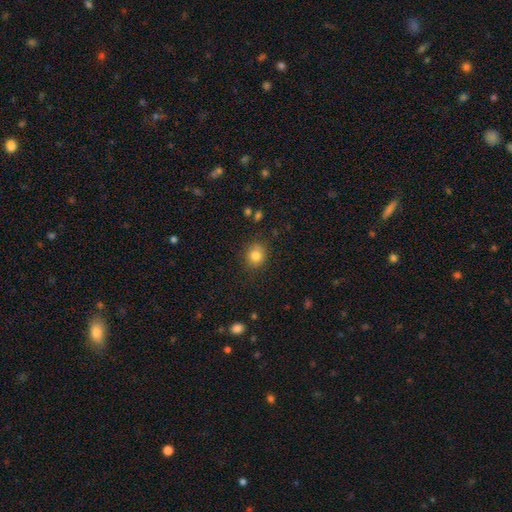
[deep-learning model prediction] Morphology: type=smooth (83%); roundness=round (80%); merging=none (85%).